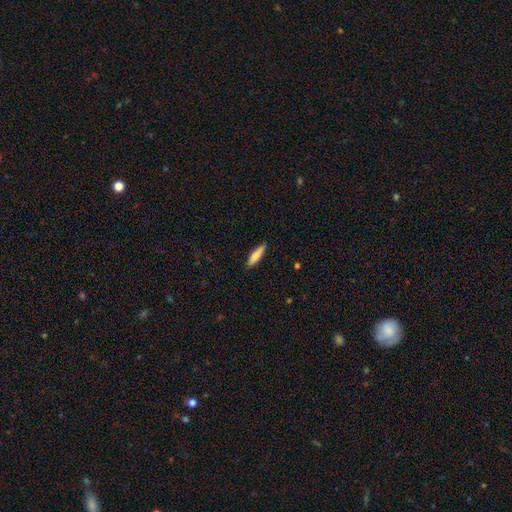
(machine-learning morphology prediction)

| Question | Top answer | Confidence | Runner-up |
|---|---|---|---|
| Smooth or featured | smooth | 79% | featured or disk (16%) |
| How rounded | cigar-shaped | 70% | in between (28%) |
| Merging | none | 85% | minor disturbance (12%) |